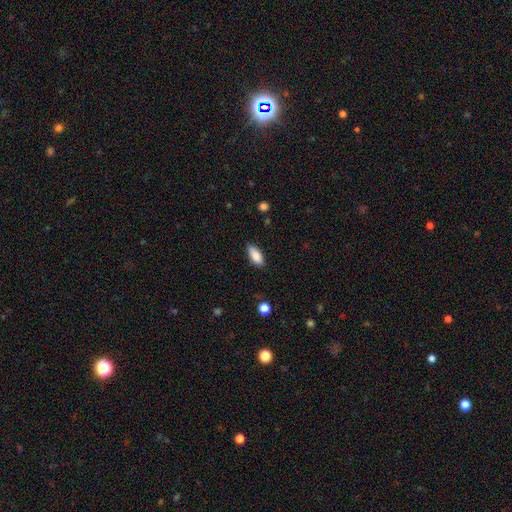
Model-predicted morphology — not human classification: smooth-or-featured: smooth: 87% | star or artifact: 7% | featured or disk: 6%
  how-rounded: in between: 84% | cigar-shaped: 14% | round: 2%
  merging: none: 82% | minor disturbance: 14% | major disturbance: 3% | merger: 1%